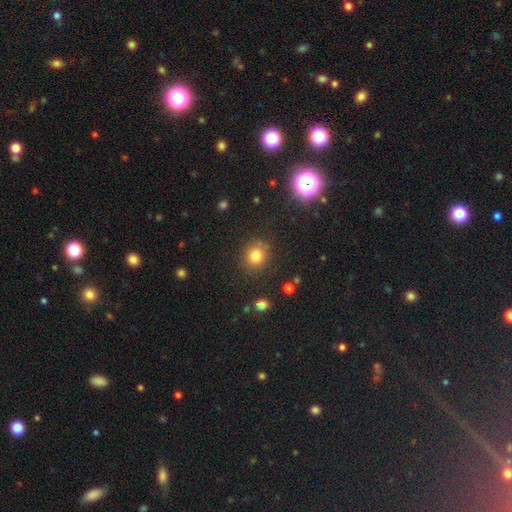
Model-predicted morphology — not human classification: A smooth galaxy with no disk features (80%) that is round (83%).

Vote fractions:
- Smooth or featured? smooth: 80% / star or artifact: 14% / featured or disk: 6%
- How rounded? round: 83% / in between: 16% / cigar-shaped: 1%
- Merging? none: 85% / minor disturbance: 9% / major disturbance: 3% / merger: 2%